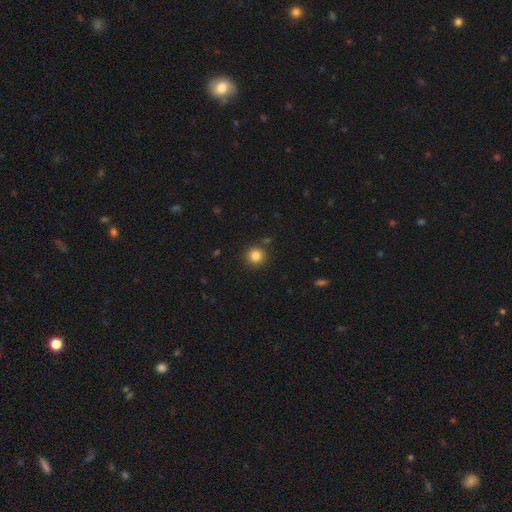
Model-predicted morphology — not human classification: This is clearly a smooth galaxy (84%). How rounded: clearly round (94%). Merging: clearly none (88%).